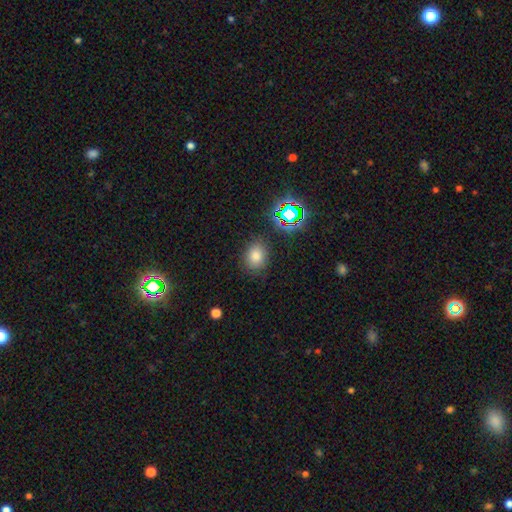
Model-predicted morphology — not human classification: type=smooth (74%); roundness=in between (54%); merging=none (82%).